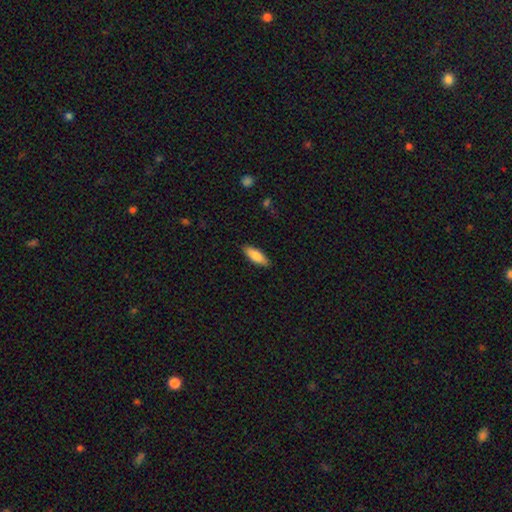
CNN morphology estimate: Smooth or featured?
  - smooth: 83% *
  - featured or disk: 11%
  - star or artifact: 6%
How rounded?
  - in between: 61% *
  - cigar-shaped: 38%
  - round: 2%
Merging?
  - none: 87% *
  - minor disturbance: 10%
  - major disturbance: 2%
  - merger: 1%